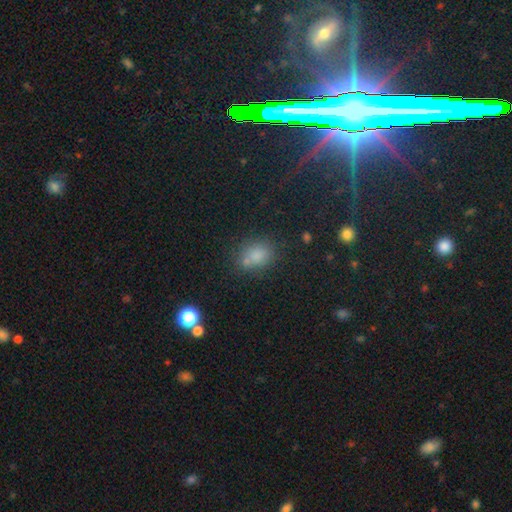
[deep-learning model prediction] smooth 77%, star or artifact 15%, featured or disk 9%. Down the decision tree: how rounded — in between (58%); merging — none (59%).